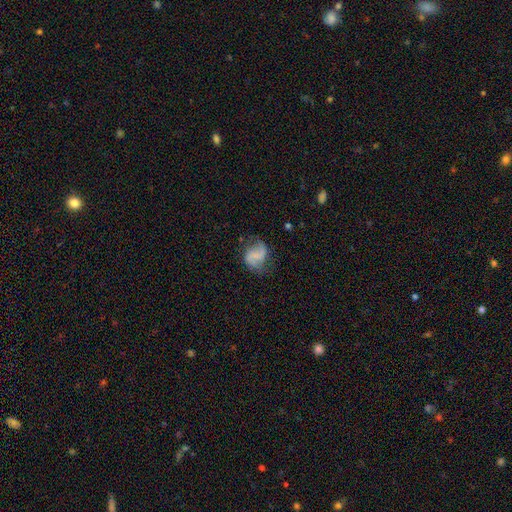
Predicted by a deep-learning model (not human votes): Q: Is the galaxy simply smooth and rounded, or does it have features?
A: featured or disk — 64%.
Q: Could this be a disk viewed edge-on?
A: no — 98%.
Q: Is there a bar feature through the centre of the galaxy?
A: weak — 40%.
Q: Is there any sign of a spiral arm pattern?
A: yes — 88%.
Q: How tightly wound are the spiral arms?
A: loose — 57%.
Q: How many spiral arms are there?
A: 2 — 86%.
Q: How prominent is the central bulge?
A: none — 66%.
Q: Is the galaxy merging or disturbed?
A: none — 62%.